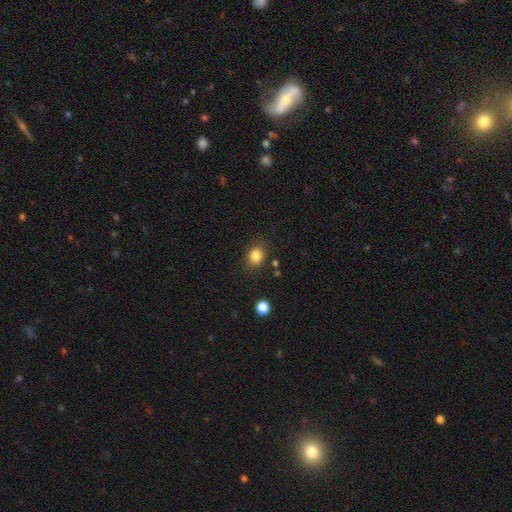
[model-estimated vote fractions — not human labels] smooth-or-featured: smooth: 84% | star or artifact: 10% | featured or disk: 6%
  how-rounded: in between: 51% | round: 48% | cigar-shaped: 1%
  merging: none: 80% | minor disturbance: 13% | major disturbance: 4% | merger: 3%